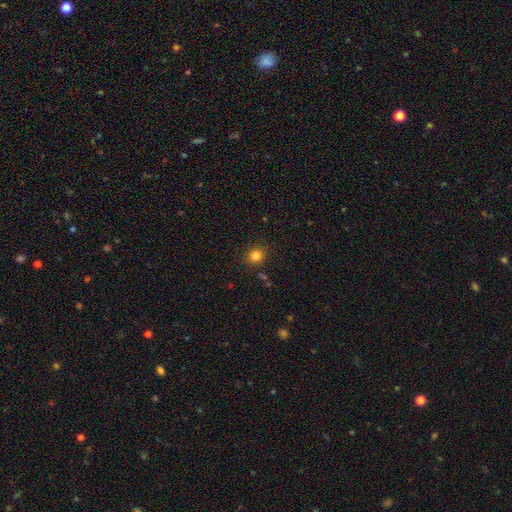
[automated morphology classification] Smooth or featured?
  - smooth: 82% *
  - star or artifact: 13%
  - featured or disk: 5%
How rounded?
  - round: 81% *
  - in between: 18%
  - cigar-shaped: 1%
Merging?
  - none: 87% *
  - minor disturbance: 8%
  - major disturbance: 3%
  - merger: 2%